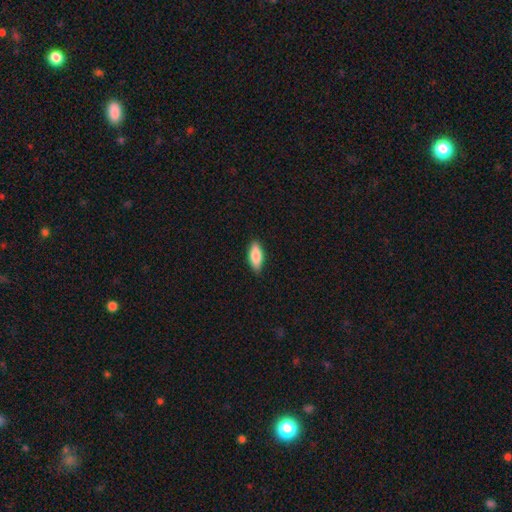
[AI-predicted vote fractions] Morphology: type=smooth (82%); roundness=in between (76%); merging=none (87%).